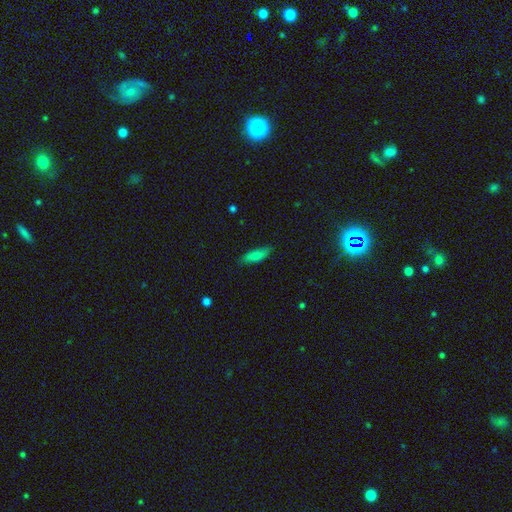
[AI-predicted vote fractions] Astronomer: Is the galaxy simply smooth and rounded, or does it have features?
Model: smooth — 78%.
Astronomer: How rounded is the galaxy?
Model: in between — 56% (runner-up: cigar-shaped, 42%).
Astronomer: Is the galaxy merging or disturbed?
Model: none — 81%.